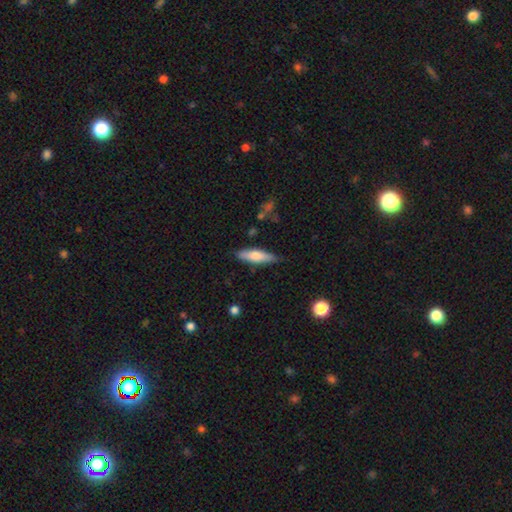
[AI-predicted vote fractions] The model was most divided on "how rounded": cigar-shaped: 63%, in between: 35%, round: 2%. More confident: merging — none (78%); smooth or featured — smooth (68%).